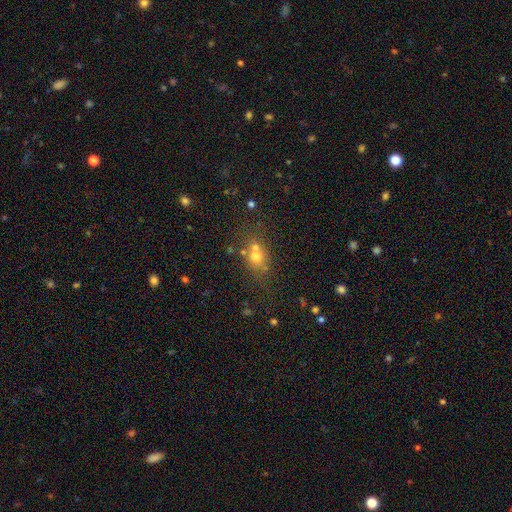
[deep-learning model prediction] Smooth or featured? smooth (58%)
How rounded? round (66%)
Merging? none (49%)